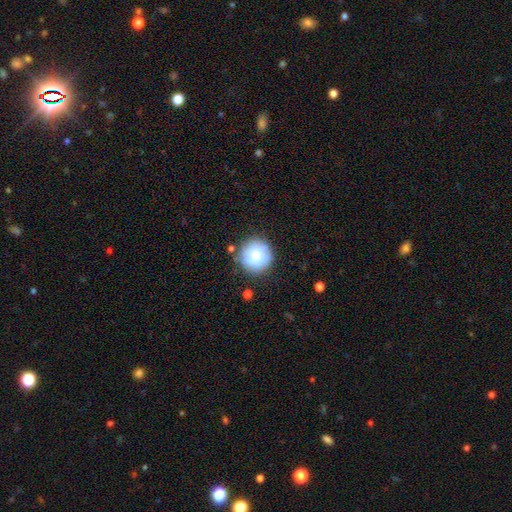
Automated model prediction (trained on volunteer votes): This is possibly a smooth galaxy (47%). Merging: likely none (77%).